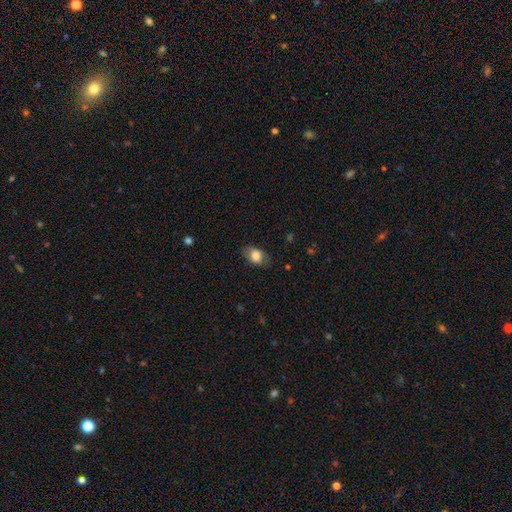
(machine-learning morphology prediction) Smooth or featured: smooth — 78% (featured or disk — 15%)
How rounded: in between — 84% (round — 14%)
Merging: none — 78% (minor disturbance — 17%)